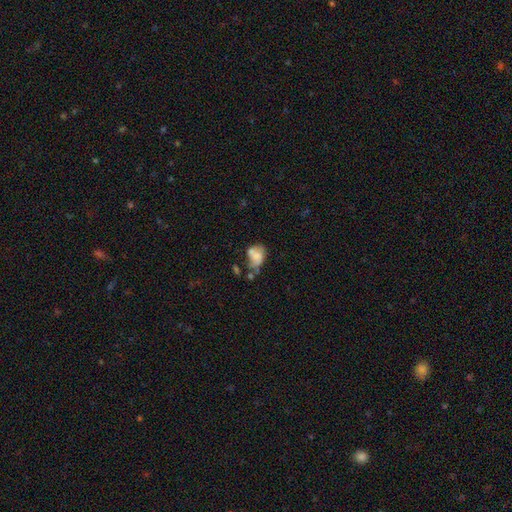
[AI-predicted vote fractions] Q: Smooth or featured?
A: smooth (52%); runner-up: featured or disk (37%)
Q: How rounded?
A: in between (74%); runner-up: round (24%)
Q: Merging?
A: merger (33%); runner-up: none (24%)